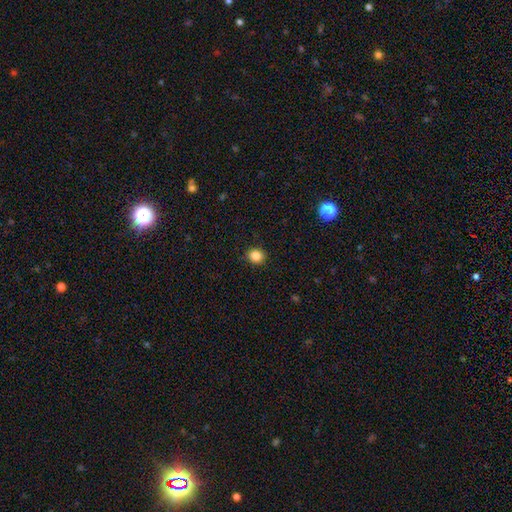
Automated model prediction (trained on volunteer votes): smooth 86%, star or artifact 11%, featured or disk 3%. Down the decision tree: how rounded — round (81%); merging — none (91%).